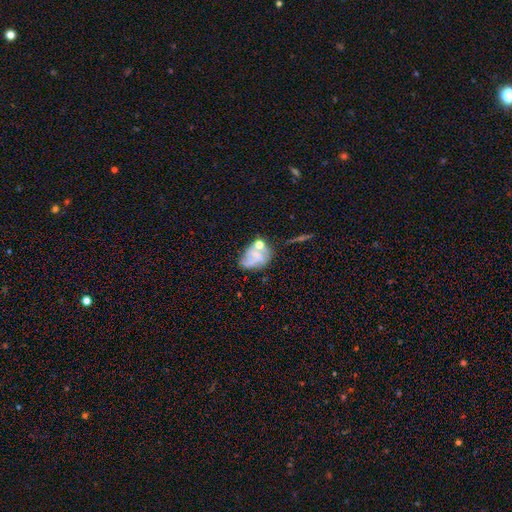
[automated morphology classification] type=featured or disk (54%); edge-on=no (97%); bar=no (64%); spiral arms=yes (65%); bulge=small (51%); merging=none (37%).